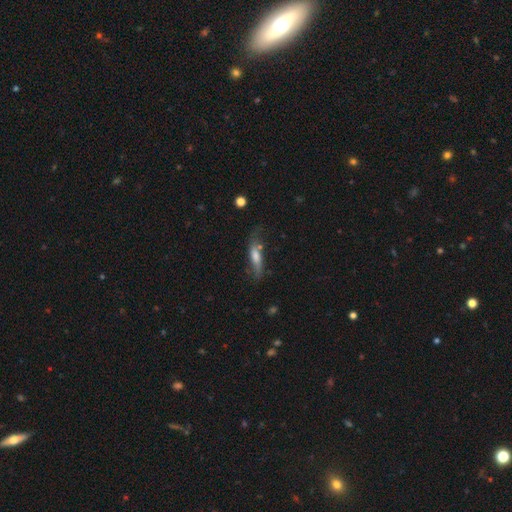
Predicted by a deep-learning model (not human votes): A smooth galaxy with no disk features (50%).

Vote fractions:
- Smooth or featured? smooth: 50% / featured or disk: 41% / star or artifact: 9%
- Merging? none: 54% / minor disturbance: 27% / major disturbance: 13% / merger: 5%